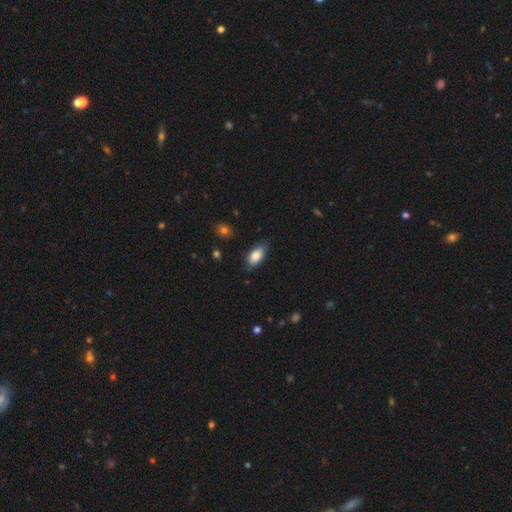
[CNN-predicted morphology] This appears to be a smooth galaxy with no disk features (83%) that is in between round and cigar-shaped (89%). Merging: none (79%).